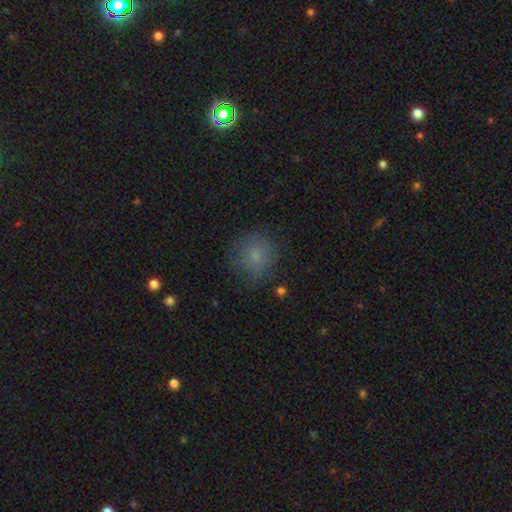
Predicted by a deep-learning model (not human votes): Smooth or featured? smooth (77%)
How rounded? round (86%)
Merging? none (77%)